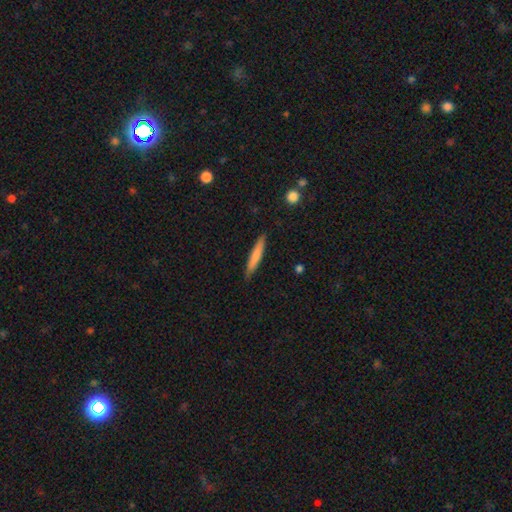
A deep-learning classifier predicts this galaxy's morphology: smooth_or_featured: smooth (p=0.72) [alt: featured or disk p=0.23]
how_rounded: cigar-shaped (p=0.93) [alt: in between p=0.05]
merging: none (p=0.87) [alt: minor disturbance p=0.10]